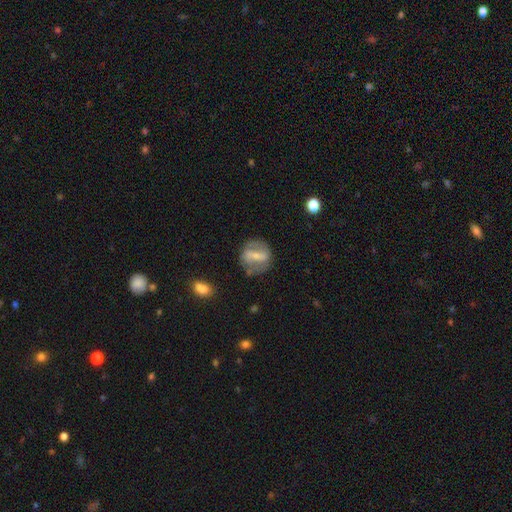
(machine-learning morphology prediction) type=featured or disk (59%); edge-on=no (92%); bar=strong (56%); spiral arms=no (51%); bulge=small (53%); merging=none (69%).